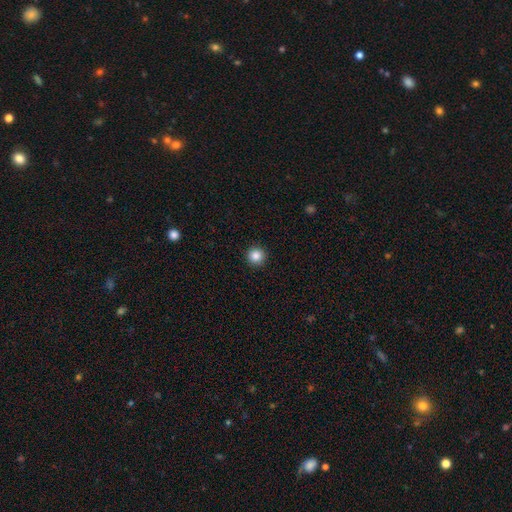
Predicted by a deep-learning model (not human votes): Smooth or featured: smooth — 86% (star or artifact — 10%)
How rounded: round — 96% (in between — 3%)
Merging: none — 93% (minor disturbance — 4%)